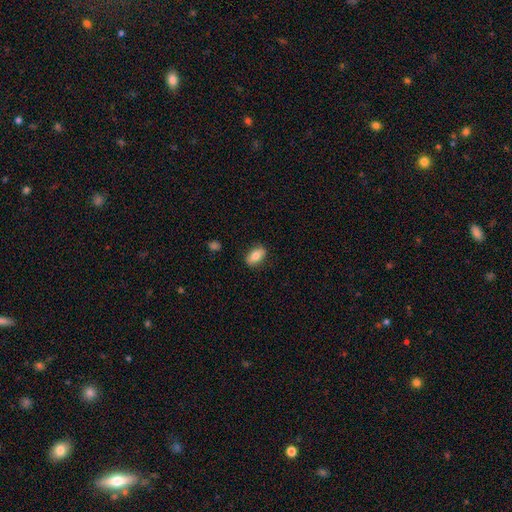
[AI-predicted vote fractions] smooth-or-featured: smooth: 77% | featured or disk: 16% | star or artifact: 7%
  how-rounded: in between: 87% | round: 7% | cigar-shaped: 6%
  merging: none: 85% | minor disturbance: 11% | major disturbance: 2% | merger: 1%